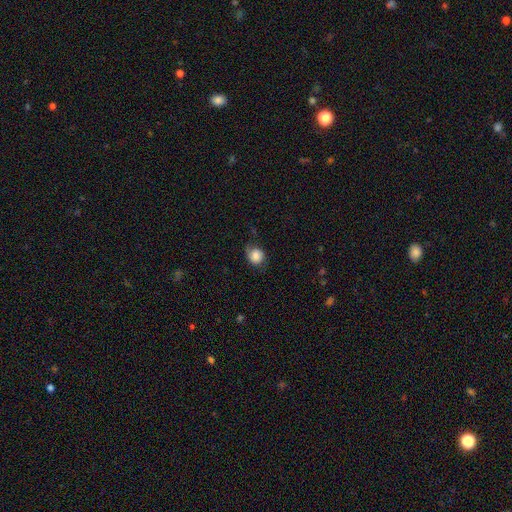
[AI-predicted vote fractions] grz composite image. It shows a smooth galaxy with no disk features (76%) that is round (71%). Merging: none (59%).